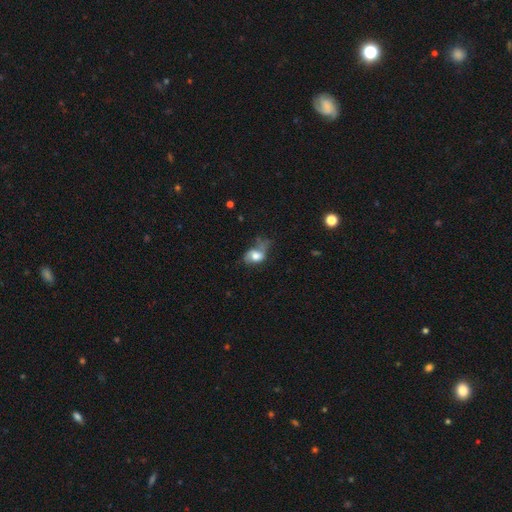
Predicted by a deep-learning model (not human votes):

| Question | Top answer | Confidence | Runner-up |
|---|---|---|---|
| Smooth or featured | smooth | 61% | featured or disk (28%) |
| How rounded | in between | 73% | round (25%) |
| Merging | major disturbance | 36% | minor disturbance (28%) |